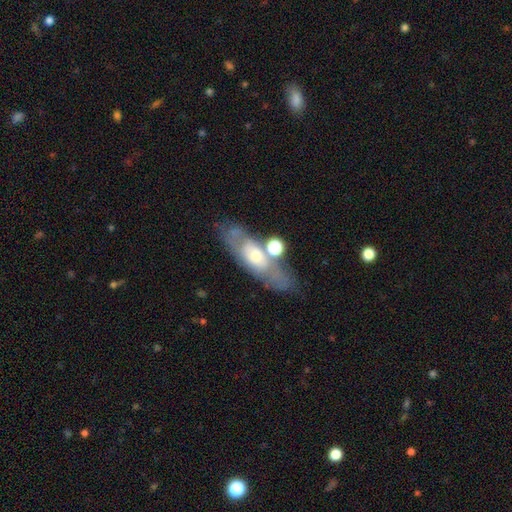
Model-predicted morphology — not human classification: A featured or disk galaxy (54%). Merging: none (56%).